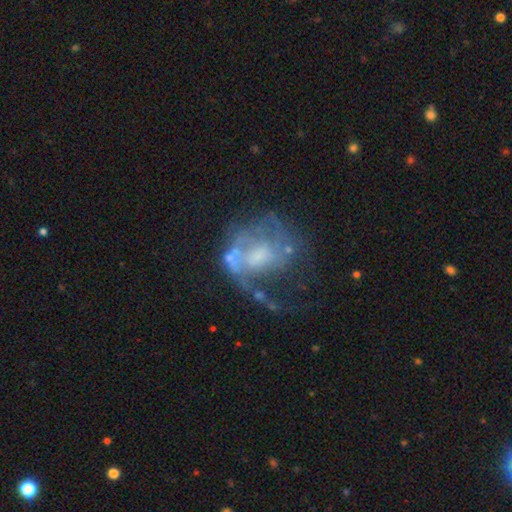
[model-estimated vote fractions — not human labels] The model was most divided on "merging": major disturbance: 39%, none: 35%, minor disturbance: 18%, merger: 8%. Remaining: edge-on disk — no (98%); smooth or featured — featured or disk (74%); spiral arms — yes (66%); bar — no (62%); bulge size — moderate (37%).